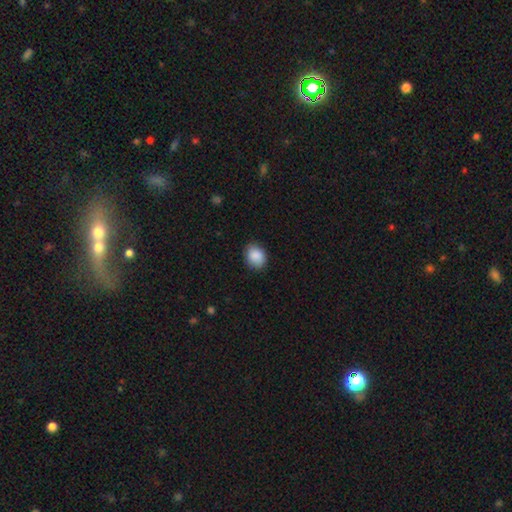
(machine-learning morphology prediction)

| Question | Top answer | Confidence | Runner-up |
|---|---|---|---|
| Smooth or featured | smooth | 89% | star or artifact (7%) |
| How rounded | in between | 56% | round (43%) |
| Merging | none | 83% | minor disturbance (13%) |